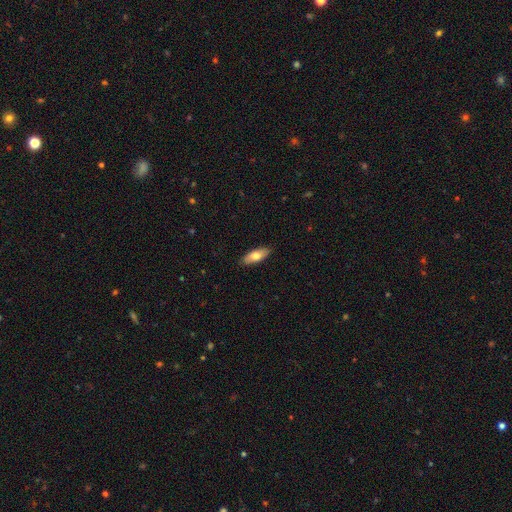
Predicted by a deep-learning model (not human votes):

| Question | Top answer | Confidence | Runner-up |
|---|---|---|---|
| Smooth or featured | smooth | 74% | featured or disk (20%) |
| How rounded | in between | 74% | cigar-shaped (24%) |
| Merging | none | 88% | minor disturbance (9%) |